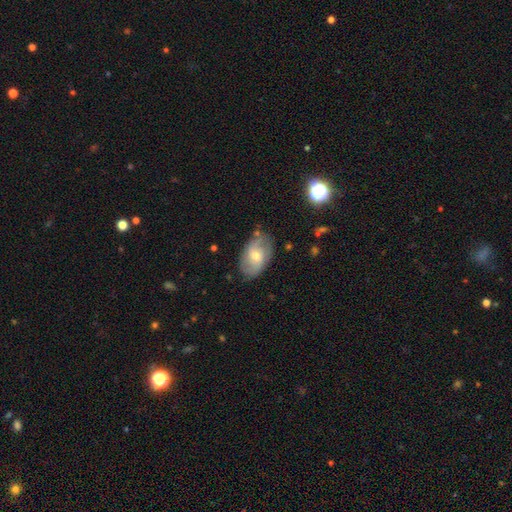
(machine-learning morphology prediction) Q: Smooth or featured?
A: featured or disk (49%); runner-up: smooth (44%)
Q: Merging?
A: none (74%); runner-up: minor disturbance (19%)